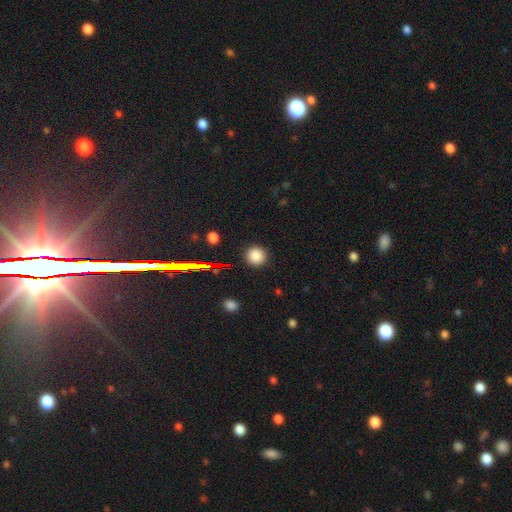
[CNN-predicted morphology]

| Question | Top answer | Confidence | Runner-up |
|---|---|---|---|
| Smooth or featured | smooth | 82% | star or artifact (13%) |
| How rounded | round | 94% | in between (5%) |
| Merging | none | 91% | minor disturbance (6%) |